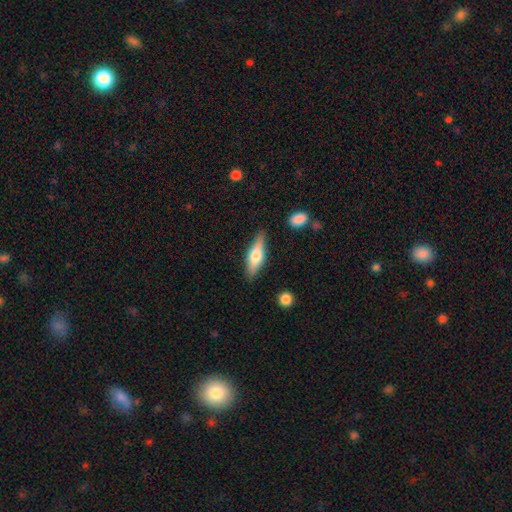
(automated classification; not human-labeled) smooth_or_featured: smooth (p=0.53) [alt: featured or disk p=0.41]
how_rounded: cigar-shaped (p=0.51) [alt: in between p=0.47]
merging: none (p=0.83) [alt: minor disturbance p=0.12]